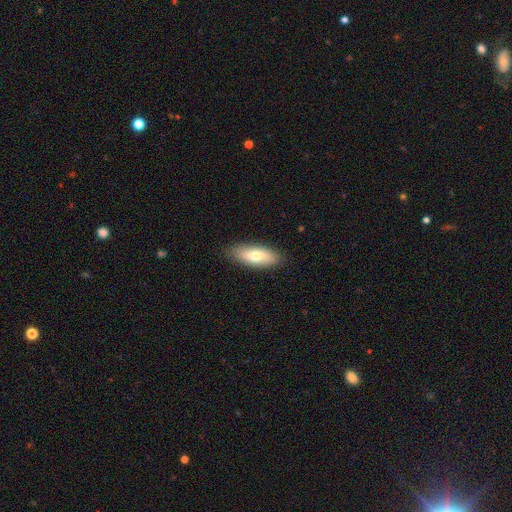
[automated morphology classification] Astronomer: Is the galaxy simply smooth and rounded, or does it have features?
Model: smooth — 70%.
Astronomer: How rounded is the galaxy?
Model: in between — 75%.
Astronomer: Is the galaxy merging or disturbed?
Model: none — 88%.